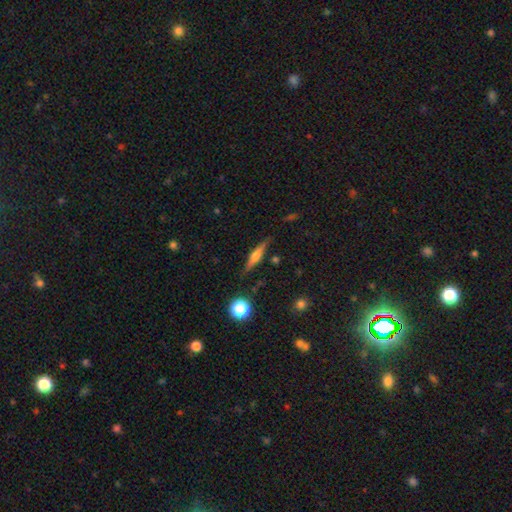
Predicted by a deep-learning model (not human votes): Smooth or featured?
  - featured or disk: 55% *
  - smooth: 37%
  - star or artifact: 8%
Edge-on disk?
  - yes: 96% *
  - no: 4%
Edge-on bulge?
  - rounded: 79% *
  - boxy: 13%
  - none: 8%
Merging?
  - none: 86% *
  - minor disturbance: 10%
  - major disturbance: 2%
  - merger: 2%